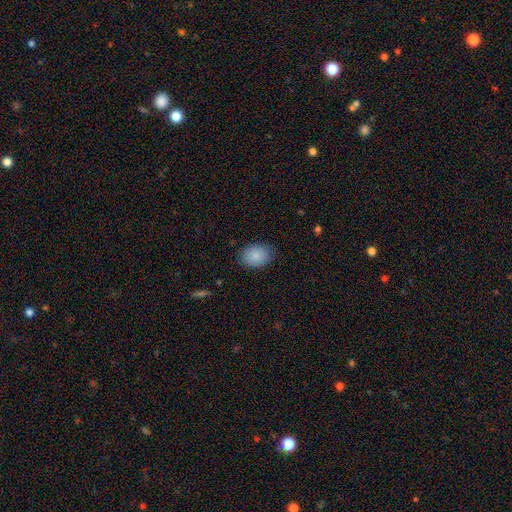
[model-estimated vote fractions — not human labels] This appears to be a smooth galaxy with no disk features (88%) that is in between round and cigar-shaped (61%). Merging: none (84%).